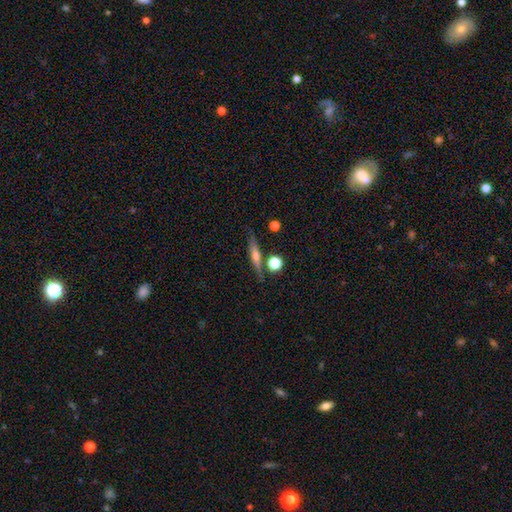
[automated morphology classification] featured or disk 47%, smooth 43%, star or artifact 10%. Down the decision tree: merging — none (77%).